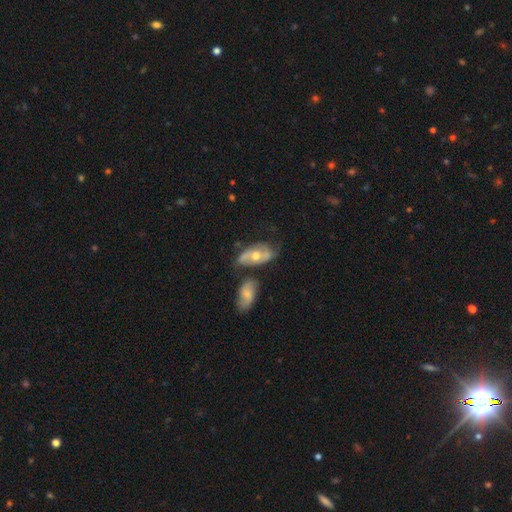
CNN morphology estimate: smooth_or_featured: featured or disk (p=0.59) [alt: smooth p=0.35]
disk_edge_on: no (p=0.89) [alt: yes p=0.11]
bar: no (p=0.66) [alt: weak p=0.25]
has_spiral_arms: yes (p=0.66) [alt: no p=0.34]
bulge_size: moderate (p=0.74) [alt: small p=0.17]
merging: none (p=0.51) [alt: minor disturbance p=0.23]